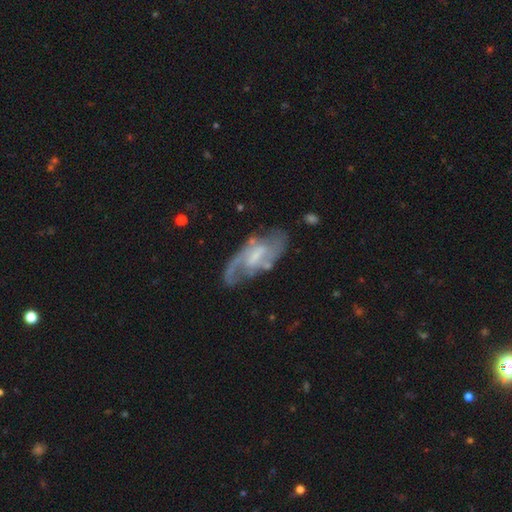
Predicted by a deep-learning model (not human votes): Smooth or featured? Predicted: featured or disk (p=0.82). Edge-on disk? Predicted: no (p=0.94). Bar? Predicted: weak (p=0.52). Spiral arms? Predicted: yes (p=0.92). Spiral winding? Predicted: medium (p=0.50). Spiral arm count? Predicted: 2 (p=0.73). Bulge size? Predicted: small (p=0.48). Merging? Predicted: none (p=0.66).